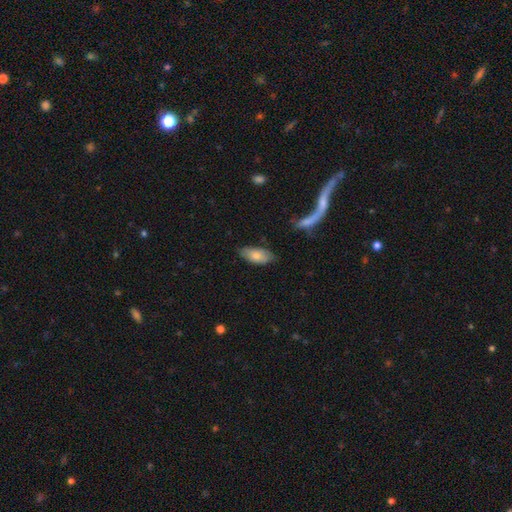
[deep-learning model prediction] This is likely a smooth galaxy (75%). How rounded: clearly in between (89%). Merging: likely none (74%).